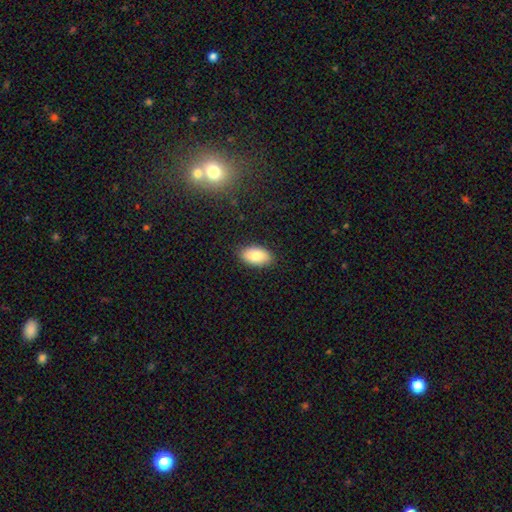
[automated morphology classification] Smooth or featured? Predicted: smooth (p=0.83). How rounded? Predicted: in between (p=0.94). Merging? Predicted: none (p=0.87).